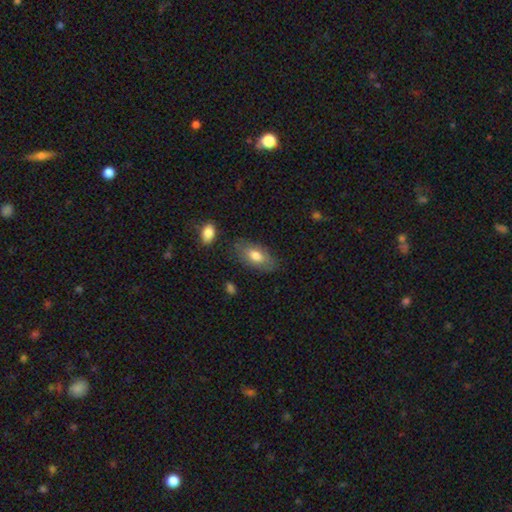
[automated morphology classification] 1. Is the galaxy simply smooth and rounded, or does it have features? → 75% smooth, 18% featured or disk, 7% star or artifact.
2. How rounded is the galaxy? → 91% in between, 5% cigar-shaped, 4% round.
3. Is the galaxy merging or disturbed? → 78% none, 16% minor disturbance, 4% major disturbance, 2% merger.